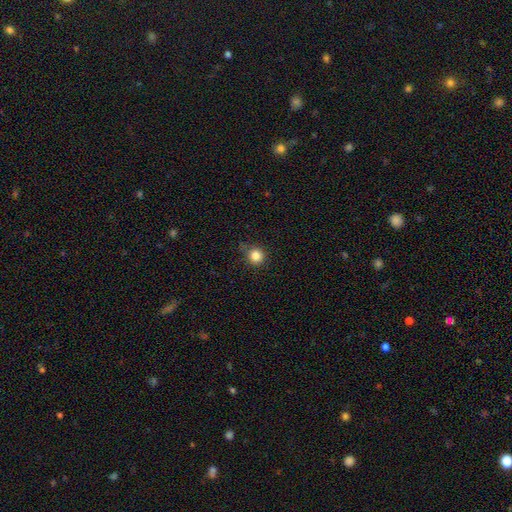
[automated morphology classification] Overall: smooth (84%). How rounded: round (92%). Merging: none (80%).